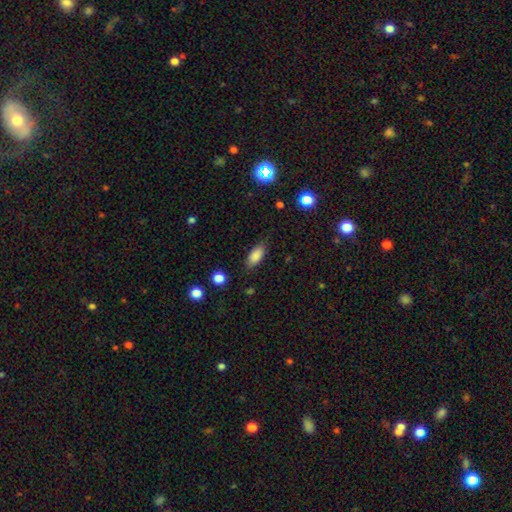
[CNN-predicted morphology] smooth 85%, star or artifact 8%, featured or disk 7%. Down the decision tree: how rounded — in between (85%); merging — none (79%).